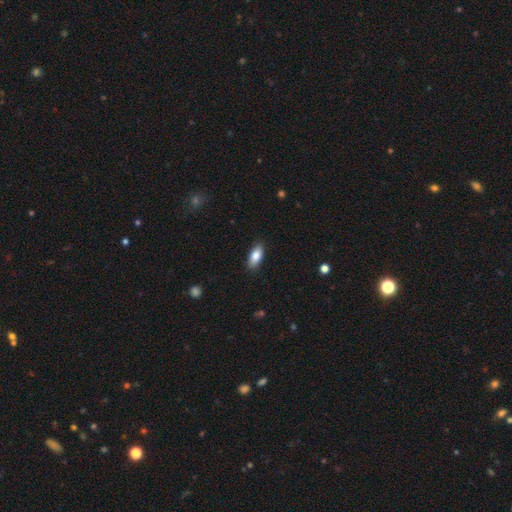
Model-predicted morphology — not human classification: Smooth or featured? Predicted: smooth (p=0.85). How rounded? Predicted: in between (p=0.86). Merging? Predicted: none (p=0.87).